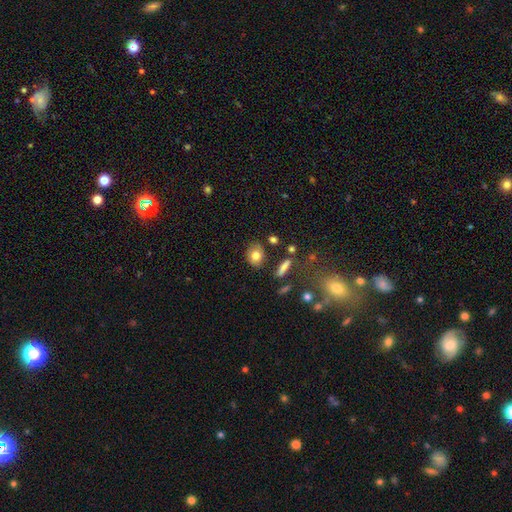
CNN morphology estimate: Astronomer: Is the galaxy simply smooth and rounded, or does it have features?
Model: smooth — 78%.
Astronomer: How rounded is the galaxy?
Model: in between — 49%, tied with round at 49%.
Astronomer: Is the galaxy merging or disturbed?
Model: none — 79%.